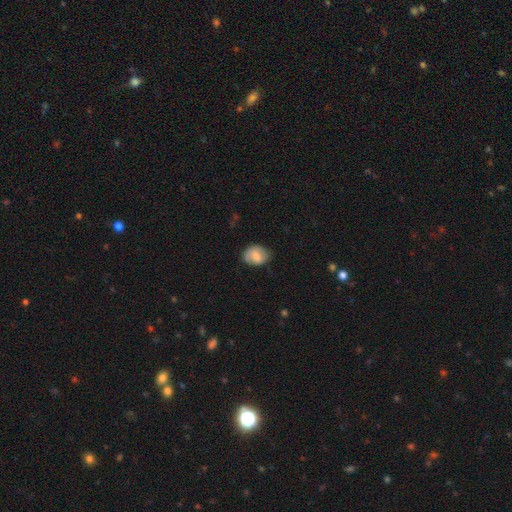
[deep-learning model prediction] A smooth galaxy with no disk features (72%) that is in between round and cigar-shaped (60%). Merging: none (65%).